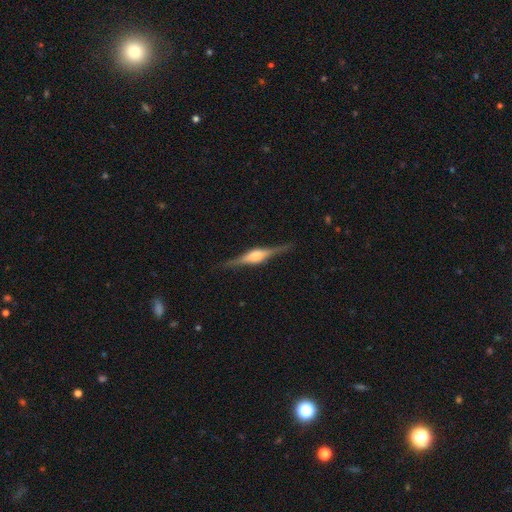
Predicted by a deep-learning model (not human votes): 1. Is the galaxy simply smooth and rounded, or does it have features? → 80% featured or disk, 14% smooth, 6% star or artifact.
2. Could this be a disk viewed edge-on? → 98% yes, 2% no.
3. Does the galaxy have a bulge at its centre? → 79% rounded, 18% boxy, 3% none.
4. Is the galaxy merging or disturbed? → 88% none, 9% minor disturbance, 2% major disturbance, 1% merger.